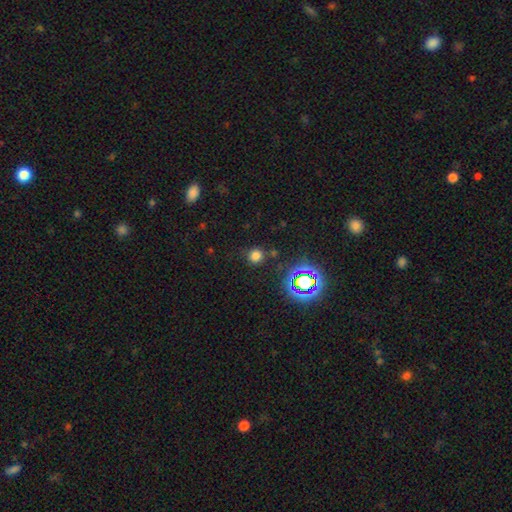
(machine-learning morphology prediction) smooth-or-featured: smooth: 70% | star or artifact: 23% | featured or disk: 6%
  how-rounded: round: 90% | in between: 9% | cigar-shaped: 1%
  merging: none: 81% | minor disturbance: 10% | major disturbance: 4% | merger: 4%